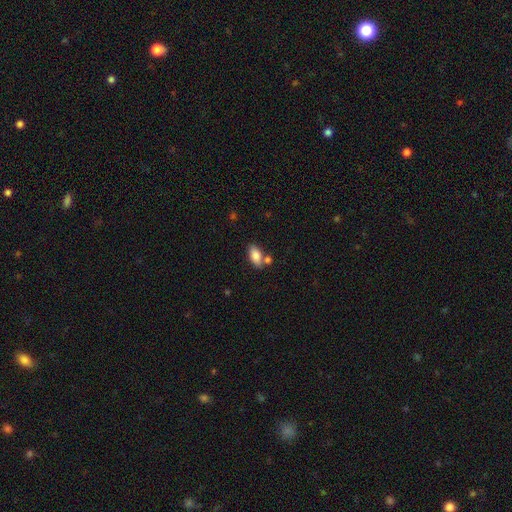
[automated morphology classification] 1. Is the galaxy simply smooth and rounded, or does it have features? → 82% smooth, 11% featured or disk, 7% star or artifact.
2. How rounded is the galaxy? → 89% in between, 7% cigar-shaped, 4% round.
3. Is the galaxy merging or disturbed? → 66% none, 17% merger, 13% minor disturbance, 3% major disturbance.